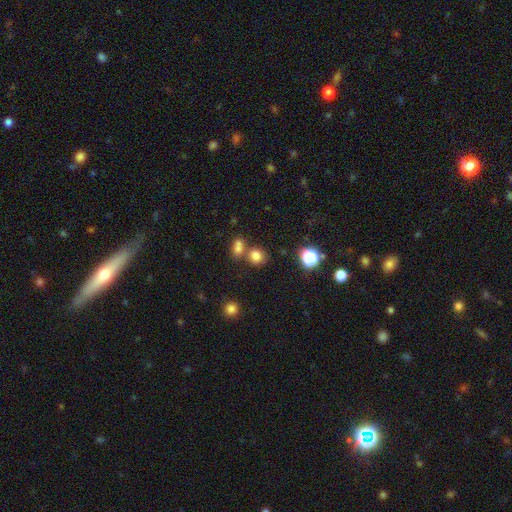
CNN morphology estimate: smooth_or_featured: smooth (p=0.77) [alt: star or artifact p=0.16]
how_rounded: round (p=0.77) [alt: in between p=0.22]
merging: none (p=0.61) [alt: merger p=0.26]